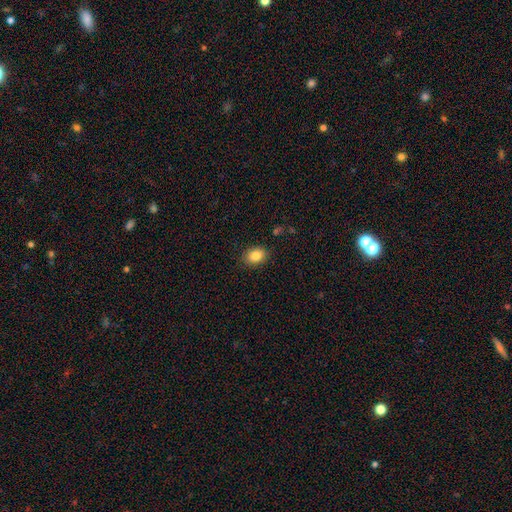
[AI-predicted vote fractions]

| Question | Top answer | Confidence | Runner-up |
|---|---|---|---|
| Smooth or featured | smooth | 85% | star or artifact (8%) |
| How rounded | in between | 74% | round (25%) |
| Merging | none | 87% | minor disturbance (9%) |